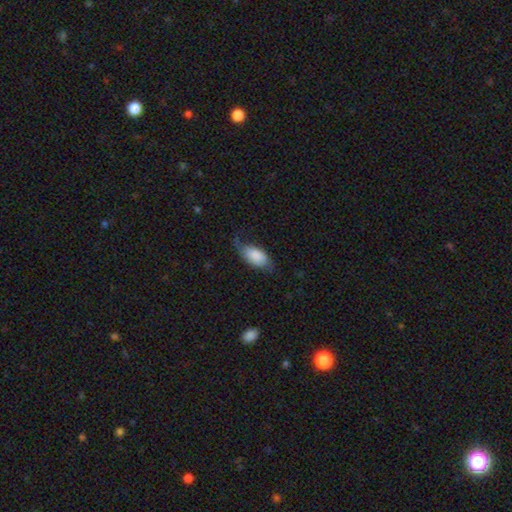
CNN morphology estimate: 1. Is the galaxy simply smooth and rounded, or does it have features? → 72% smooth, 21% featured or disk, 7% star or artifact.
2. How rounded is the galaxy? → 93% in between, 4% cigar-shaped, 3% round.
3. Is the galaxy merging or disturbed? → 47% none, 33% minor disturbance, 18% major disturbance, 2% merger.